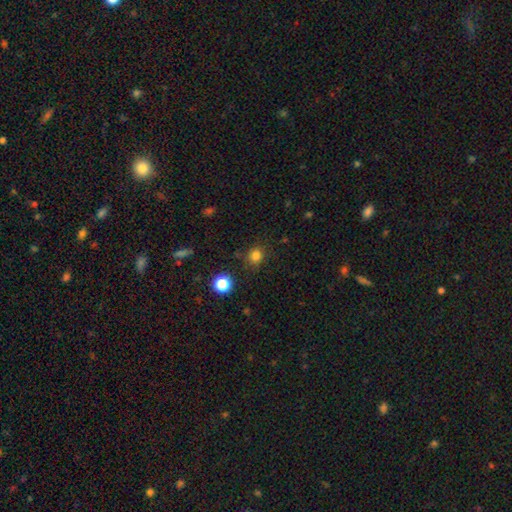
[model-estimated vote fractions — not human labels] smooth 80%, star or artifact 15%, featured or disk 4%. Down the decision tree: how rounded — round (81%); merging — none (82%).